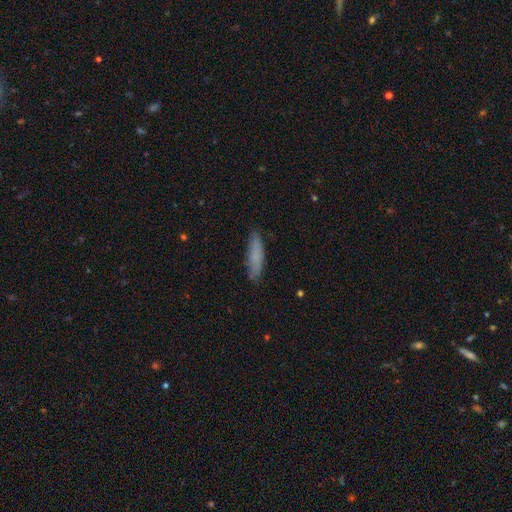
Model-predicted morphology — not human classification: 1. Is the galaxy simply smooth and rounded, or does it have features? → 76% smooth, 17% featured or disk, 7% star or artifact.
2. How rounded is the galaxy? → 76% cigar-shaped, 22% in between, 2% round.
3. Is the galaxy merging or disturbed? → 83% none, 13% minor disturbance, 2% major disturbance, 1% merger.